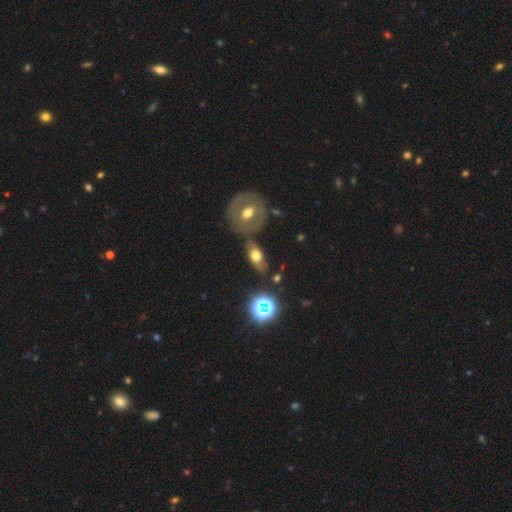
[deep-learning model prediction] Smooth or featured: smooth — 60% (featured or disk — 28%)
How rounded: in between — 77% (round — 15%)
Merging: none — 67% (minor disturbance — 15%)